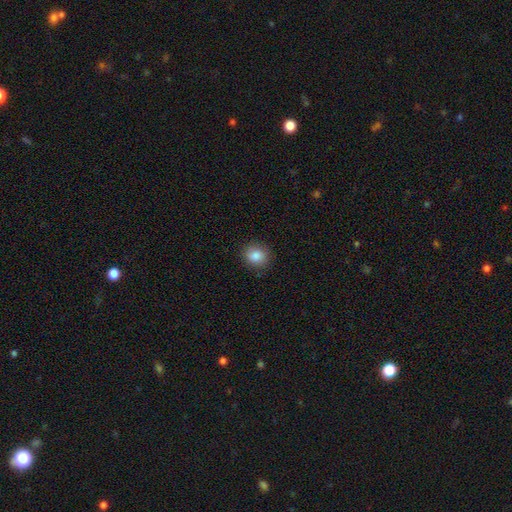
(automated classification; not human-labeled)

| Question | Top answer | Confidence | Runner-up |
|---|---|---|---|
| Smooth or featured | smooth | 85% | star or artifact (10%) |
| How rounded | round | 79% | in between (20%) |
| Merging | none | 88% | minor disturbance (9%) |